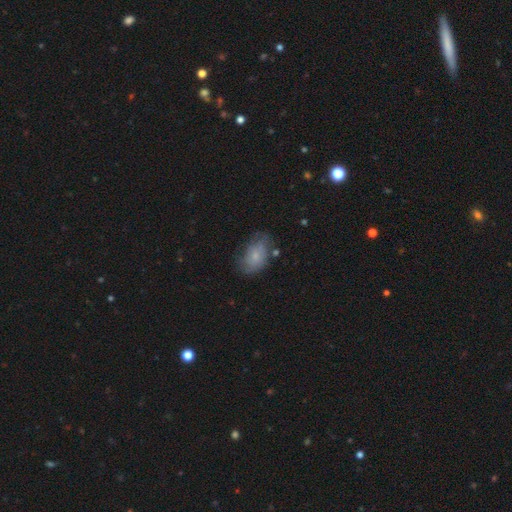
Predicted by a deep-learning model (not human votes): This is likely a smooth galaxy (62%). How rounded: clearly in between (86%). Merging: possibly none (54%).